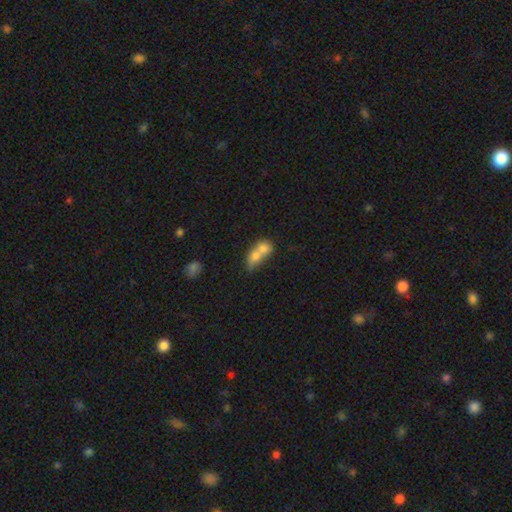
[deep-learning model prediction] Smooth or featured?
  - smooth: 69% *
  - featured or disk: 22%
  - star or artifact: 9%
How rounded?
  - in between: 54% *
  - round: 42%
  - cigar-shaped: 4%
Merging?
  - merger: 77% *
  - none: 14%
  - minor disturbance: 5%
  - major disturbance: 3%